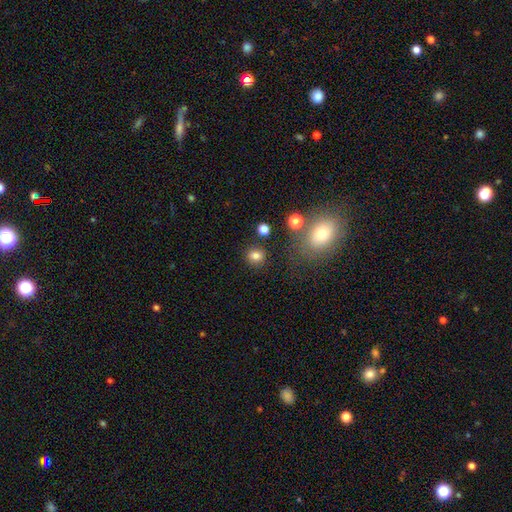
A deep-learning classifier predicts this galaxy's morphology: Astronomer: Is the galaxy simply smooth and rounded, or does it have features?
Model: smooth — 79%.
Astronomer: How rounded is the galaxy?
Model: round — 83%.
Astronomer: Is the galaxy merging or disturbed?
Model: none — 84%.